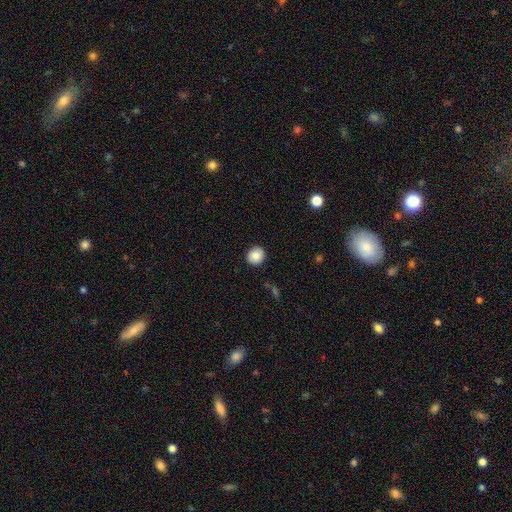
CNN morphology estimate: Q: Smooth or featured?
A: smooth (84%); runner-up: star or artifact (8%)
Q: How rounded?
A: round (85%); runner-up: in between (14%)
Q: Merging?
A: none (91%); runner-up: minor disturbance (6%)